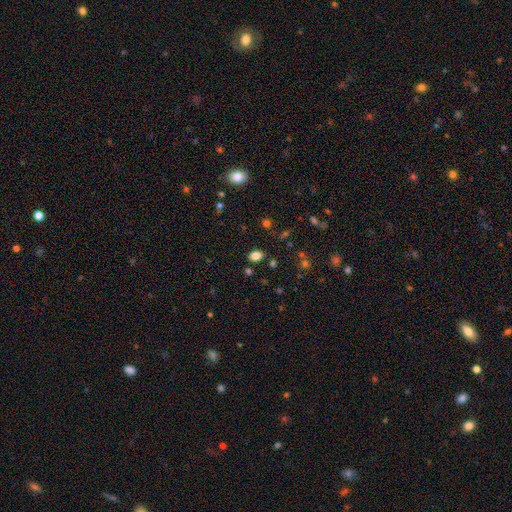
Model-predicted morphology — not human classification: This is clearly a smooth galaxy (81%). How rounded: likely in between (76%). Merging: clearly none (84%).